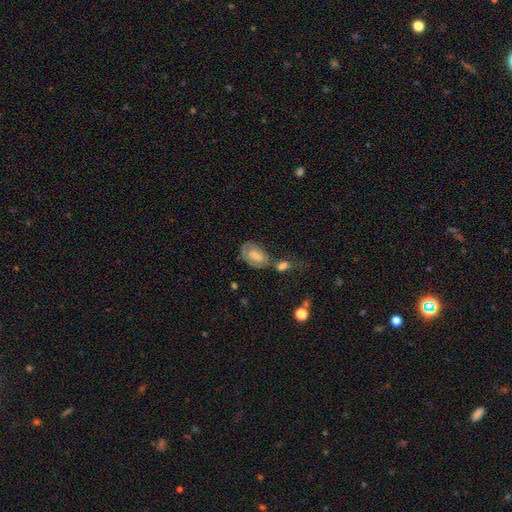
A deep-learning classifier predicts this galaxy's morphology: Smooth or featured? Predicted: smooth (p=0.49). Merging? Predicted: none (p=0.39).